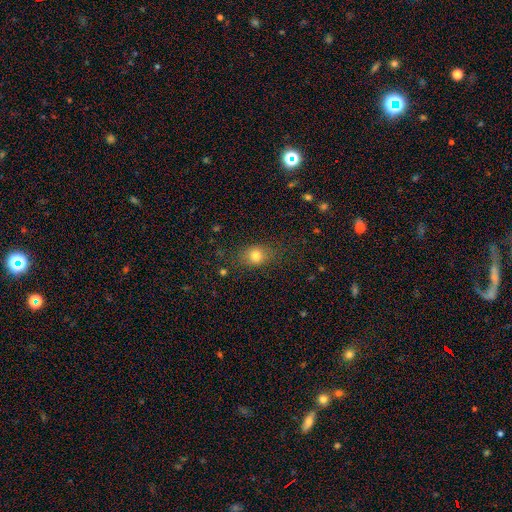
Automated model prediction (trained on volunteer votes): Overall: smooth (79%). How rounded: in between (52%; round 46%). Merging: none (78%).